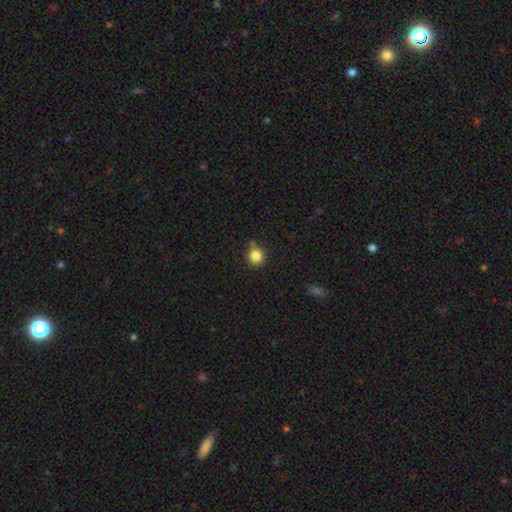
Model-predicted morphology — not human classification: Smooth or featured? smooth (85%)
How rounded? round (91%)
Merging? none (80%)